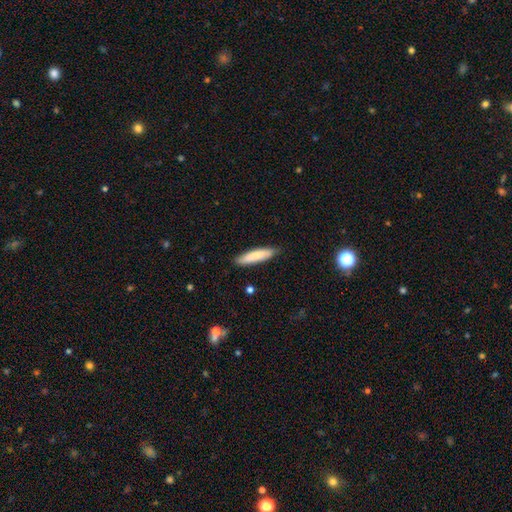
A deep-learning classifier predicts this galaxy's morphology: Smooth or featured?
  - smooth: 79% *
  - featured or disk: 16%
  - star or artifact: 5%
How rounded?
  - cigar-shaped: 78% *
  - in between: 20%
  - round: 1%
Merging?
  - none: 84% *
  - minor disturbance: 13%
  - major disturbance: 2%
  - merger: 1%